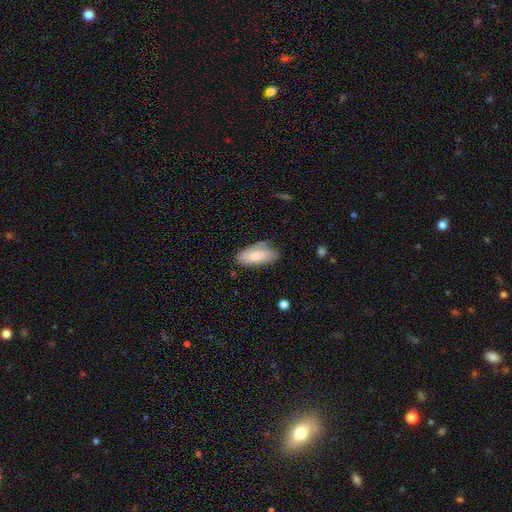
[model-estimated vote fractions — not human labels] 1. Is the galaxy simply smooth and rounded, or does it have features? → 61% smooth, 33% featured or disk, 7% star or artifact.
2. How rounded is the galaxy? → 87% in between, 10% cigar-shaped, 3% round.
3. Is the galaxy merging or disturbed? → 63% none, 26% minor disturbance, 8% major disturbance, 3% merger.